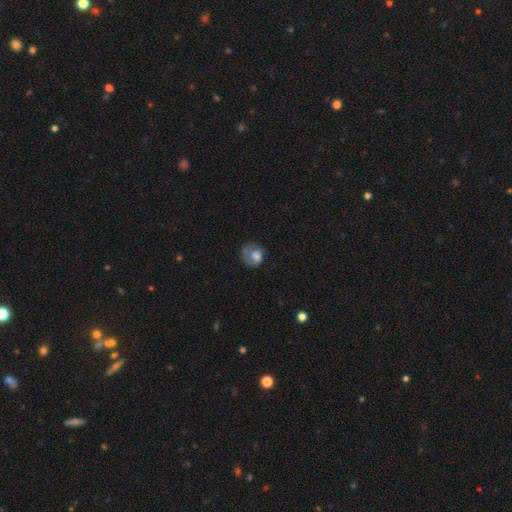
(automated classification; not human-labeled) Morphology: type=smooth (63%); roundness=round (56%); merging=major disturbance (36%).